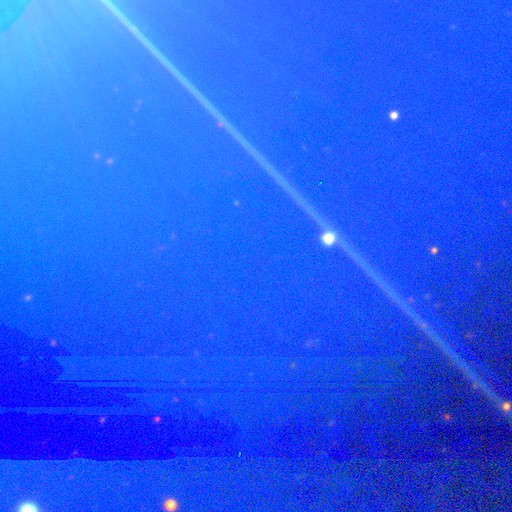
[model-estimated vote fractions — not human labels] The model was most divided on "smooth or featured": star or artifact: 85%, featured or disk: 9%, smooth: 6%.